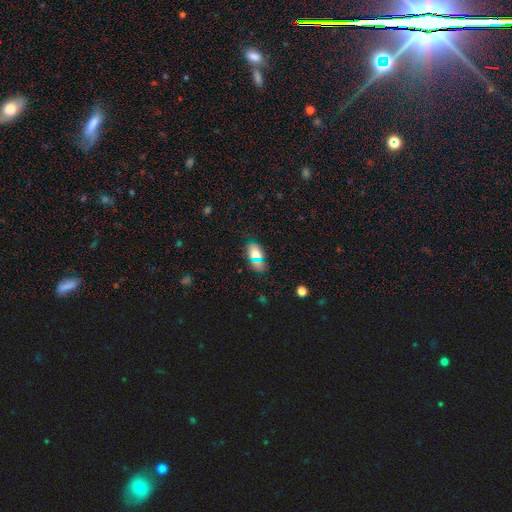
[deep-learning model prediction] Smooth or featured?
  - smooth: 68% *
  - star or artifact: 20%
  - featured or disk: 12%
How rounded?
  - in between: 86% *
  - round: 10%
  - cigar-shaped: 4%
Merging?
  - none: 77% *
  - minor disturbance: 13%
  - merger: 5%
  - major disturbance: 4%